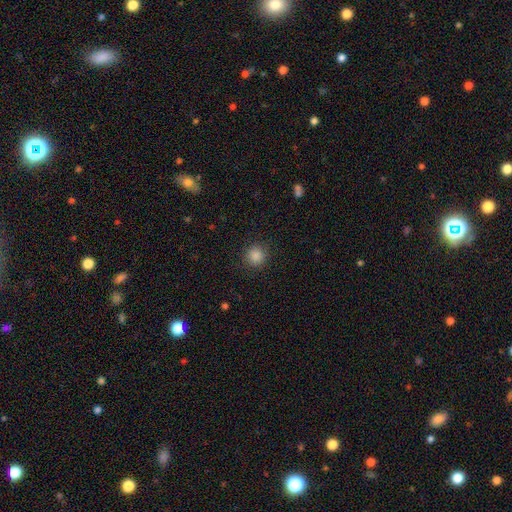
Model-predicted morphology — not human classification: This is clearly a smooth galaxy (86%). How rounded: clearly round (93%). Merging: clearly none (90%).